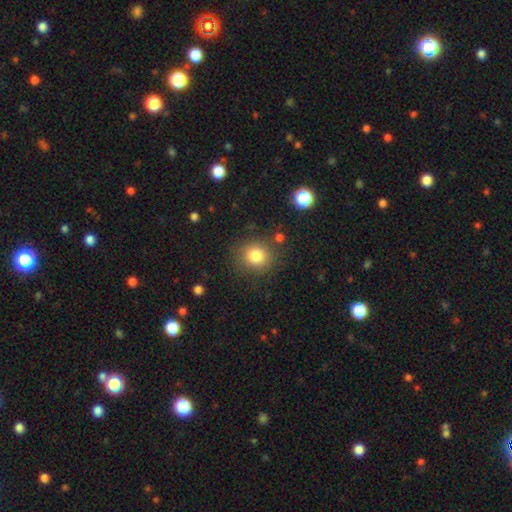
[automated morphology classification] smooth_or_featured: smooth (p=0.82) [alt: star or artifact p=0.11]
how_rounded: round (p=0.85) [alt: in between p=0.14]
merging: none (p=0.83) [alt: minor disturbance p=0.10]